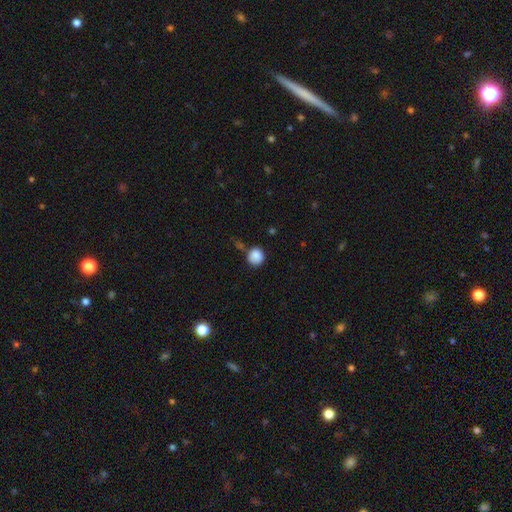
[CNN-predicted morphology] Smooth or featured?
  - smooth: 87% *
  - star or artifact: 8%
  - featured or disk: 5%
How rounded?
  - round: 88% *
  - in between: 12%
  - cigar-shaped: 1%
Merging?
  - none: 68% *
  - minor disturbance: 18%
  - merger: 9%
  - major disturbance: 5%